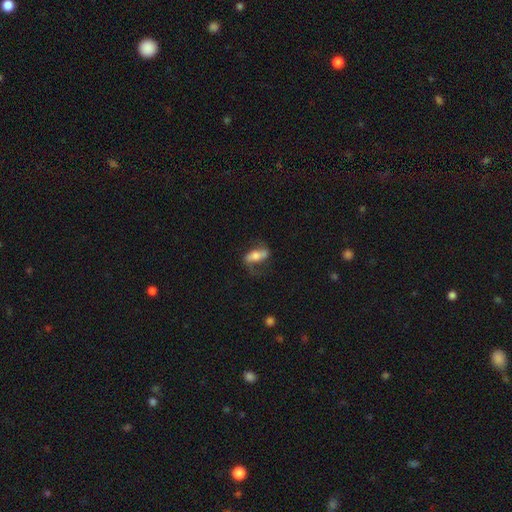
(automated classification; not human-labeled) Q: Smooth or featured?
A: featured or disk (57%); runner-up: smooth (36%)
Q: Edge-on disk?
A: no (82%); runner-up: yes (18%)
Q: Merging?
A: none (63%); runner-up: minor disturbance (20%)